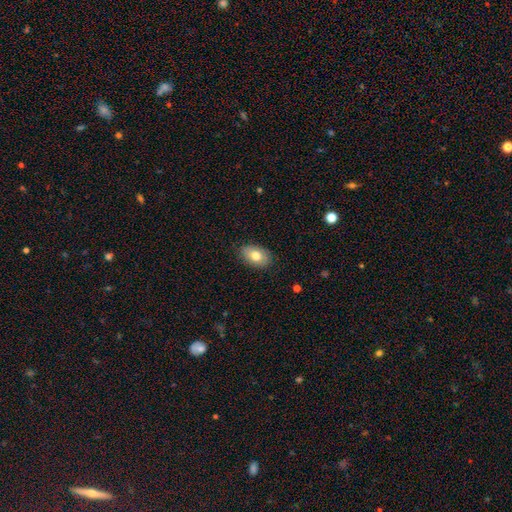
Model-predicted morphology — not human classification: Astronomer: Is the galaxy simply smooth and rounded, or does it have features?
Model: smooth — 77%.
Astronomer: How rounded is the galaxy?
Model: in between — 88%.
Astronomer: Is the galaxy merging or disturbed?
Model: none — 85%.